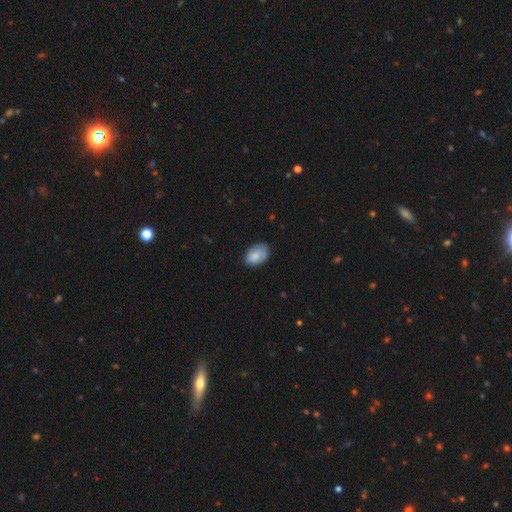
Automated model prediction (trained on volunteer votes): The model was most divided on "merging": none: 75%, minor disturbance: 21%, major disturbance: 3%, merger: 1%. More confident: how rounded — in between (88%); smooth or featured — smooth (82%).